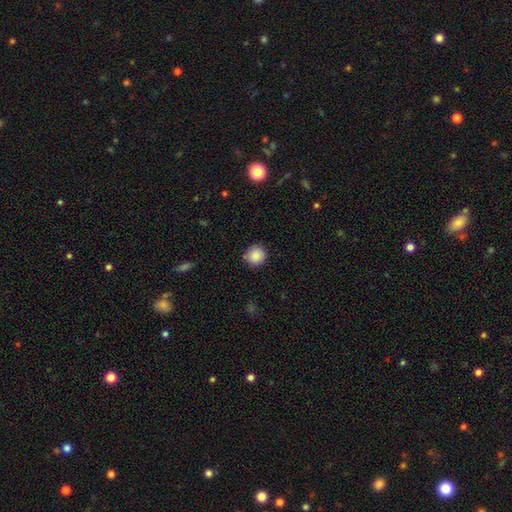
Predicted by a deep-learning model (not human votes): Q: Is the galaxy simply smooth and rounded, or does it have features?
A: smooth — 88%.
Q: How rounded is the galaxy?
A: round — 94%.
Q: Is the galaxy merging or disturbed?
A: none — 88%.